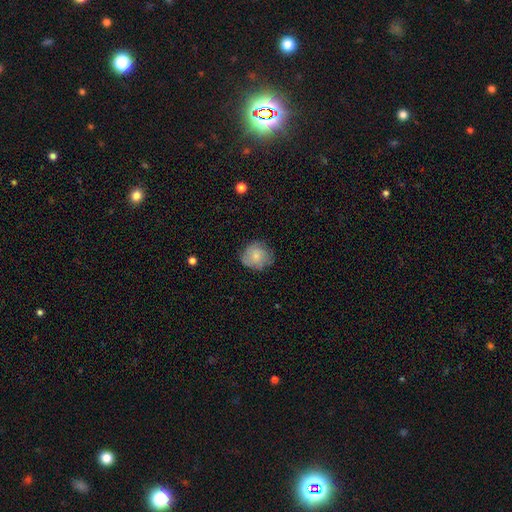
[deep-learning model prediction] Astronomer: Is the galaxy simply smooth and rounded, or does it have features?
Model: smooth — 70%.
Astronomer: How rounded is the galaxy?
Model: round — 82%.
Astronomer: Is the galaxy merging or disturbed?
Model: none — 72%.